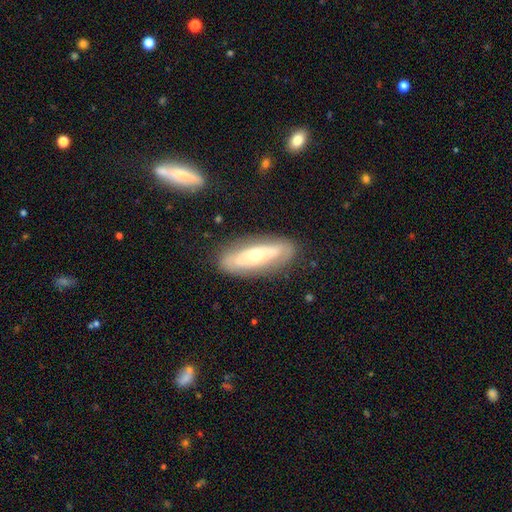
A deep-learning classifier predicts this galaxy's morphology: This appears to be a featured or disk galaxy (58%). Merging: none (82%).